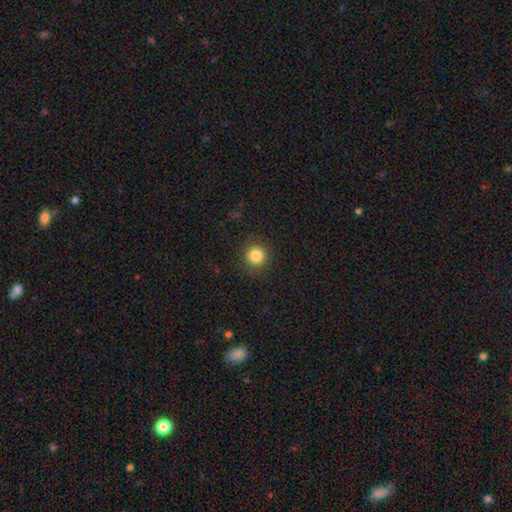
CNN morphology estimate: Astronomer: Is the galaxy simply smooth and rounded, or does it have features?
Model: smooth — 84%.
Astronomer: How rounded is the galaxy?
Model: round — 94%.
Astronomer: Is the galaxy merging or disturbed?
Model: none — 90%.